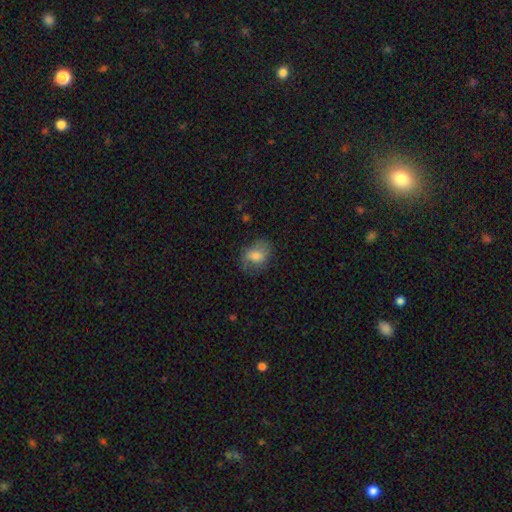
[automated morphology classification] smooth_or_featured: smooth (p=0.69) [alt: featured or disk p=0.22]
how_rounded: in between (p=0.64) [alt: round p=0.35]
merging: none (p=0.63) [alt: minor disturbance p=0.24]